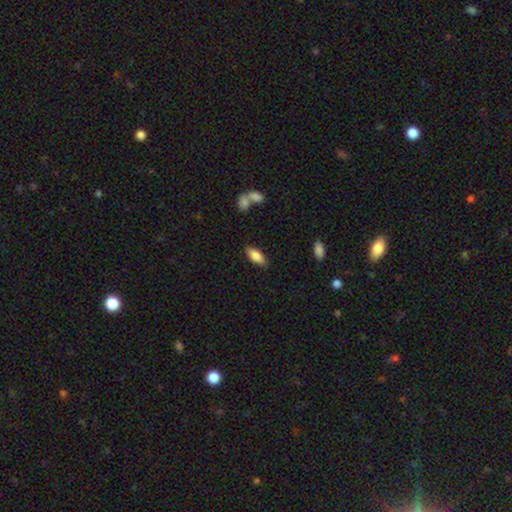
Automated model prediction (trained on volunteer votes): smooth 80%, featured or disk 14%, star or artifact 7%. Down the decision tree: how rounded — in between (81%); merging — none (84%).